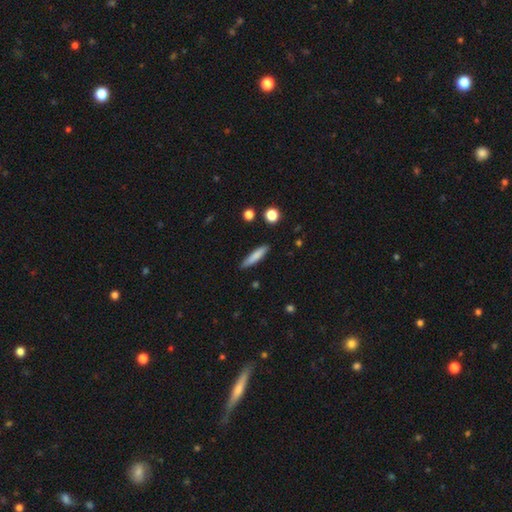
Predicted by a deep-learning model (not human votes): Overall: smooth (79%). How rounded: cigar-shaped (88%). Merging: none (87%).